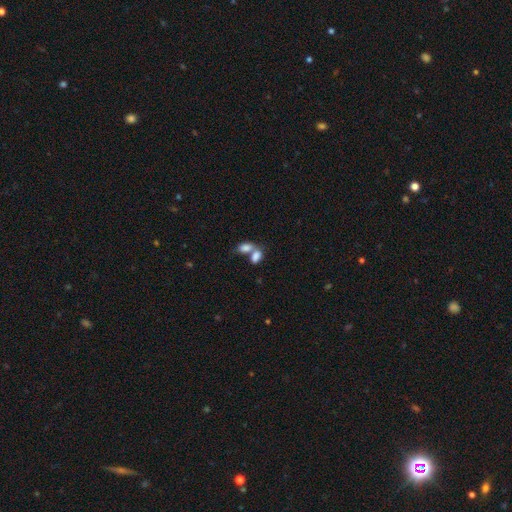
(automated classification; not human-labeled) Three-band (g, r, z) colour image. It shows a smooth galaxy with no disk features (82%) that is in between round and cigar-shaped (89%). Merging: merger (63%).